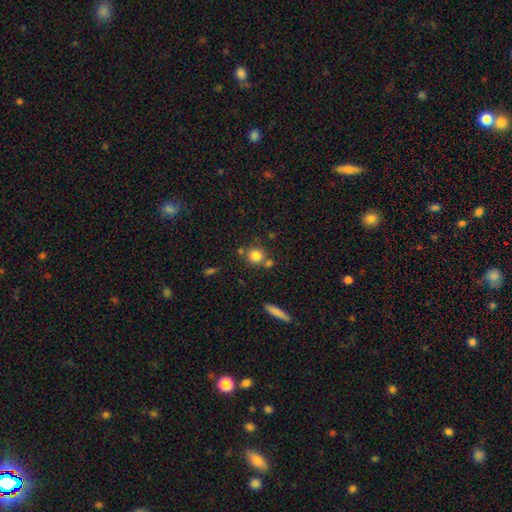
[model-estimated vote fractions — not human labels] smooth 81%, star or artifact 10%, featured or disk 8%. Down the decision tree: how rounded — round (87%); merging — none (66%).